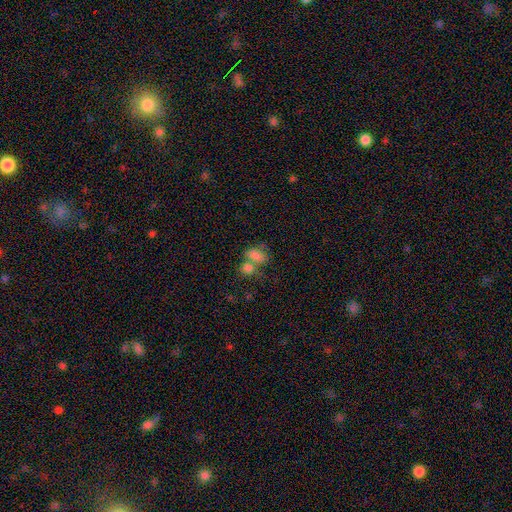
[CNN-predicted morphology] type=smooth (77%); roundness=in between (76%); merging=merger (50%).